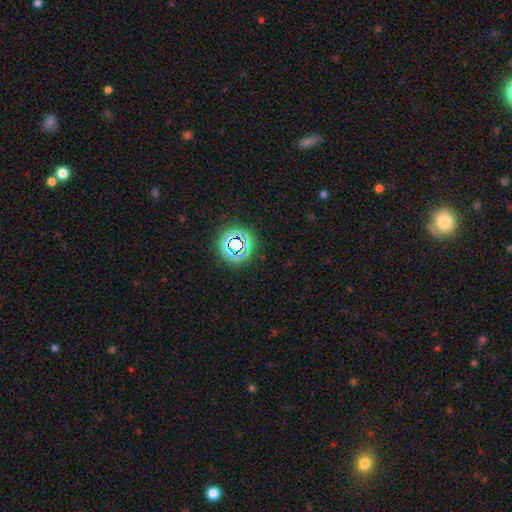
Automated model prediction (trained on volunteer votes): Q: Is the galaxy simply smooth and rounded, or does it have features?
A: smooth — 49%.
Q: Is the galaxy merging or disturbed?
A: none — 90%.